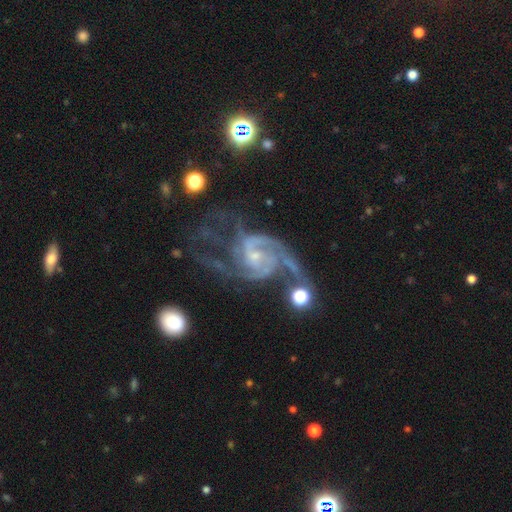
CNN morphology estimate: featured or disk 91%, star or artifact 5%, smooth 4%. Down the decision tree: edge-on disk — no (98%); bar — no (53%); spiral arms — yes (98%); spiral arm count — 2 (52%); spiral winding — medium (52%); bulge size — small (70%); merging — none (39%).